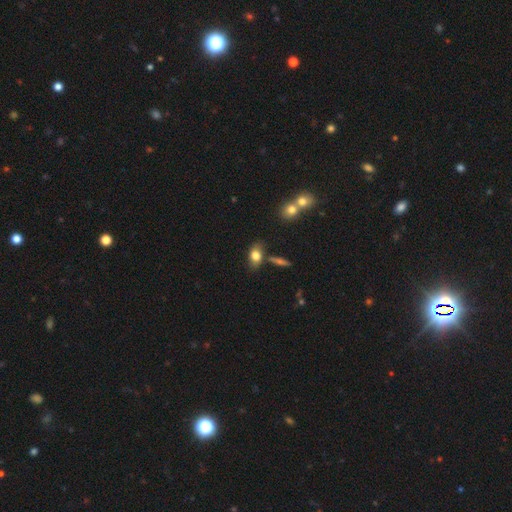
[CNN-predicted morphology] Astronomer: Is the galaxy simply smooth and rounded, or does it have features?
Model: smooth — 78%.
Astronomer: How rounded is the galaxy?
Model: in between — 77%.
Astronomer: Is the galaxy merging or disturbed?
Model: none — 64%.